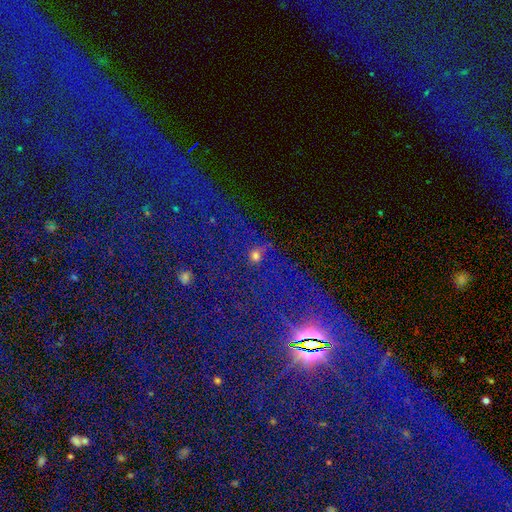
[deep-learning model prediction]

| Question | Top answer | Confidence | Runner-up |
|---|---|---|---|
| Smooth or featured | star or artifact | 44% | smooth (41%) |